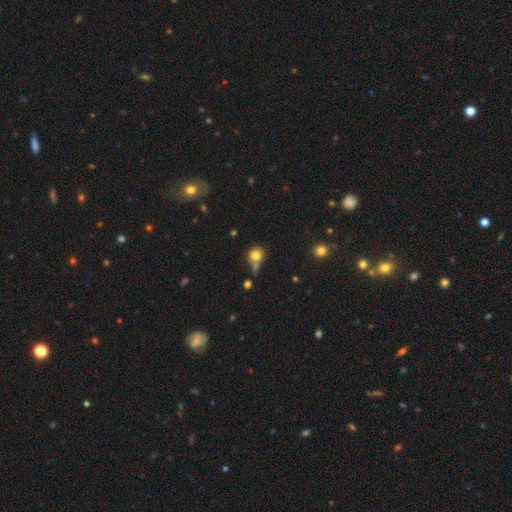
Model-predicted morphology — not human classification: A smooth galaxy with no disk features (78%) that is round (80%). Merging: none (45%).